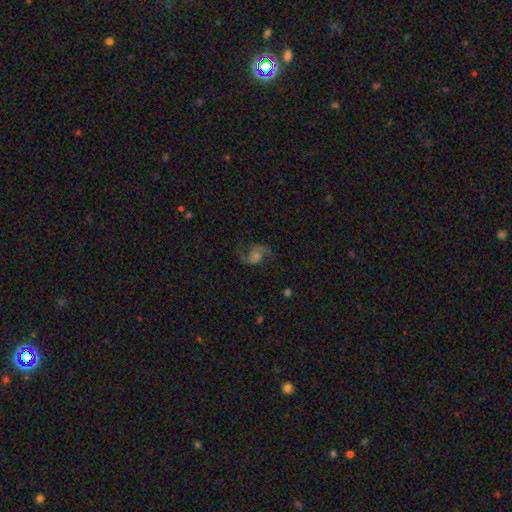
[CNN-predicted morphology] type=featured or disk (77%); edge-on=no (98%); bar=no (55%); spiral arms=yes (95%); winding=loose (55%); arm count=2 (91%); bulge=moderate (32%); merging=none (72%).